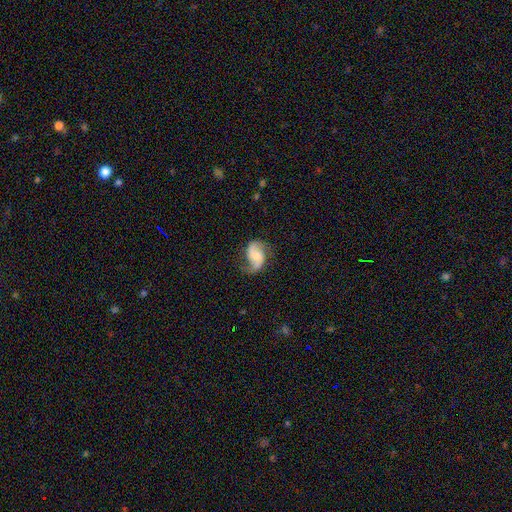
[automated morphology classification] This appears to be a featured or disk galaxy (78%) with no bar (57%), 2 (88%) loose (45%) spiral arms (96%) and a moderate central bulge (43%). Merging: none (67%).